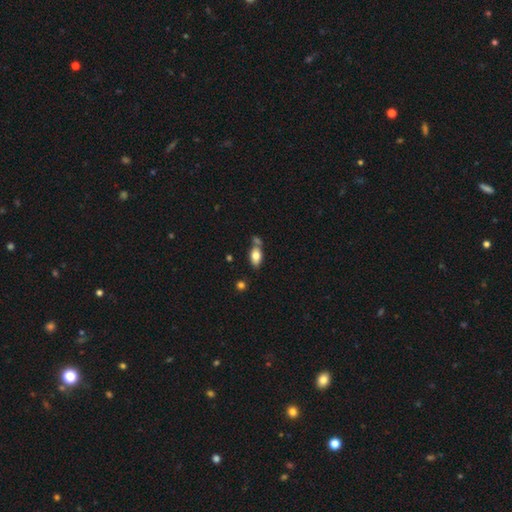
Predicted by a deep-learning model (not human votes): Smooth or featured? Predicted: smooth (p=0.79). How rounded? Predicted: in between (p=0.90). Merging? Predicted: none (p=0.58).